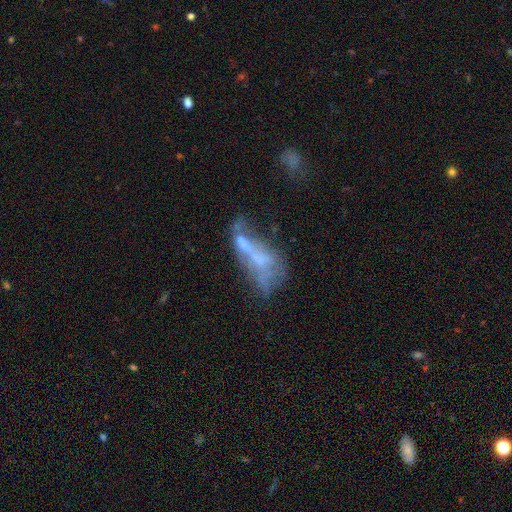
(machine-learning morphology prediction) type=featured or disk (54%); edge-on=no (88%); merging=major disturbance (33%).